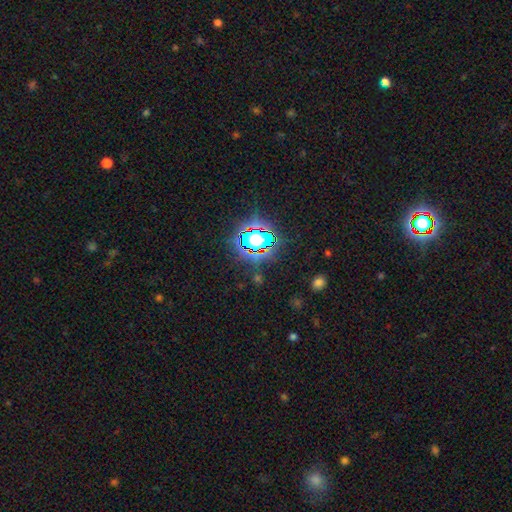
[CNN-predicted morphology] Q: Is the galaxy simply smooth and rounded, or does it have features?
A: star or artifact — 80%.